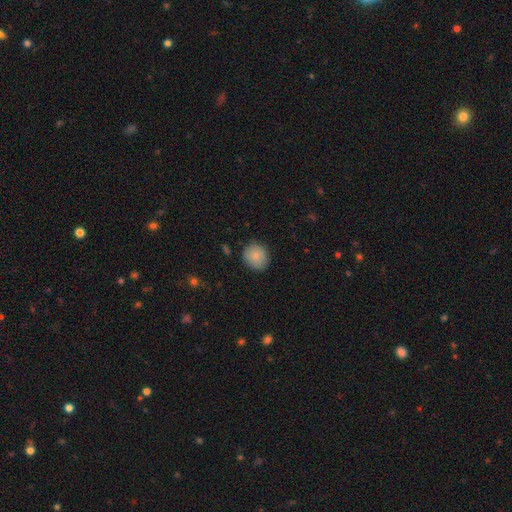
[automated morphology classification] smooth-or-featured: smooth: 85% | featured or disk: 8% | star or artifact: 8%
  how-rounded: round: 77% | in between: 22% | cigar-shaped: 1%
  merging: none: 83% | minor disturbance: 13% | major disturbance: 3% | merger: 1%